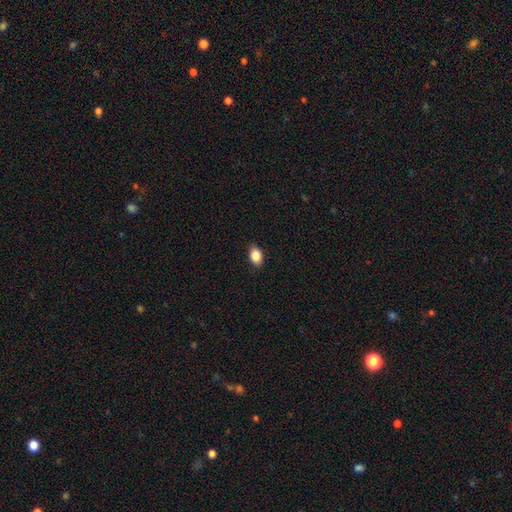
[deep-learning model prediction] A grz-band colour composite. It shows a smooth galaxy with no disk features (87%) that is in between round and cigar-shaped (84%). Merging: none (87%).